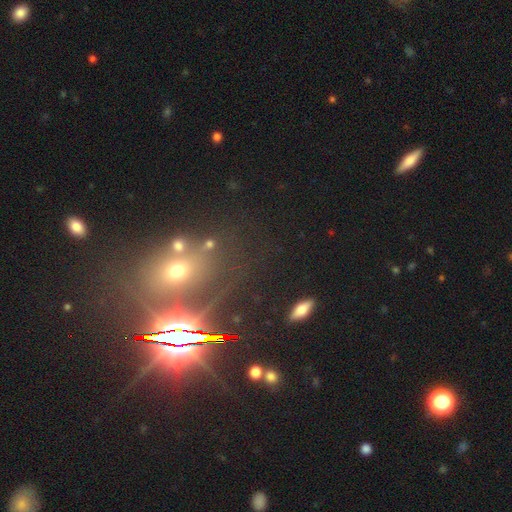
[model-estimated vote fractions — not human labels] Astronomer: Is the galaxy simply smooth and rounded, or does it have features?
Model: star or artifact — 72%.